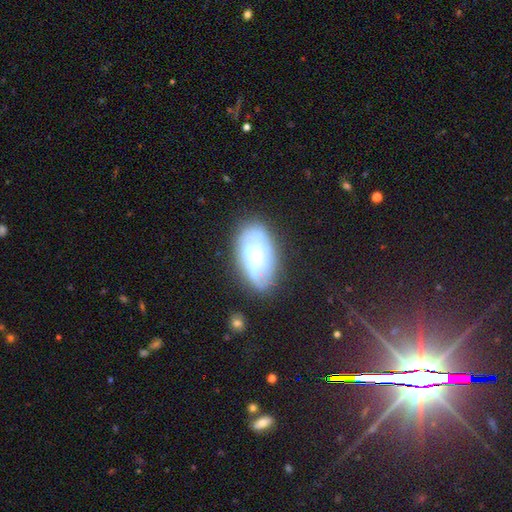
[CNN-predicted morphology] smooth-or-featured: featured or disk: 63% | smooth: 28% | star or artifact: 9%
  disk-edge-on: no: 94% | yes: 6%
    bar: no: 76% | weak: 19% | strong: 5%
    has-spiral-arms: yes: 53% | no: 47%
    bulge-size: moderate: 46% | small: 42% | large: 6% | none: 5% | dominant: 2%
  merging: none: 62% | minor disturbance: 21% | major disturbance: 10% | merger: 7%